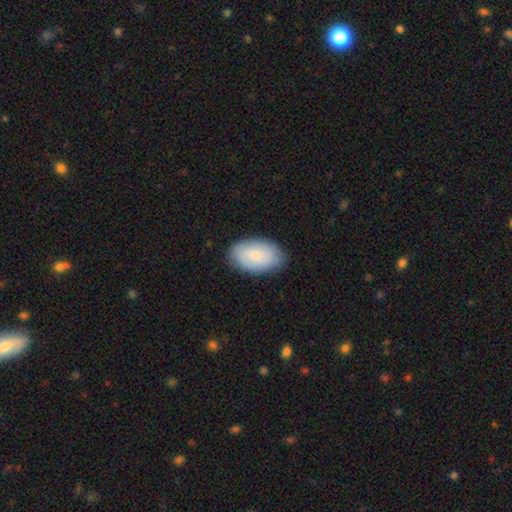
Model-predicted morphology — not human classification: Smooth or featured: smooth — 75% (featured or disk — 19%)
How rounded: in between — 93% (round — 6%)
Merging: none — 84% (minor disturbance — 12%)